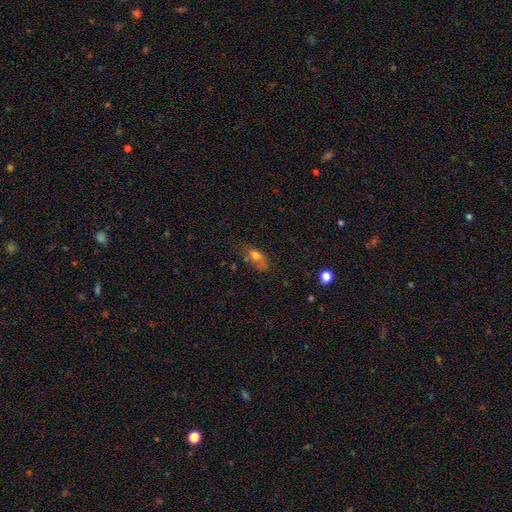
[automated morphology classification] Smooth or featured?
  - smooth: 70% *
  - featured or disk: 18%
  - star or artifact: 12%
How rounded?
  - in between: 81% *
  - round: 11%
  - cigar-shaped: 8%
Merging?
  - none: 47% *
  - minor disturbance: 30%
  - major disturbance: 16%
  - merger: 7%